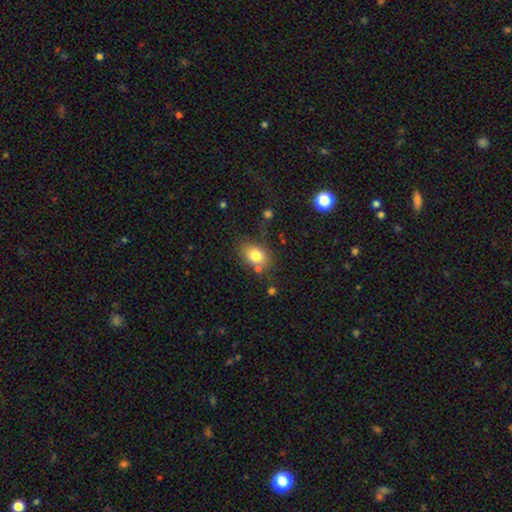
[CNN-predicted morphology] This is likely a smooth galaxy (80%). How rounded: likely in between (68%). Merging: likely none (69%).